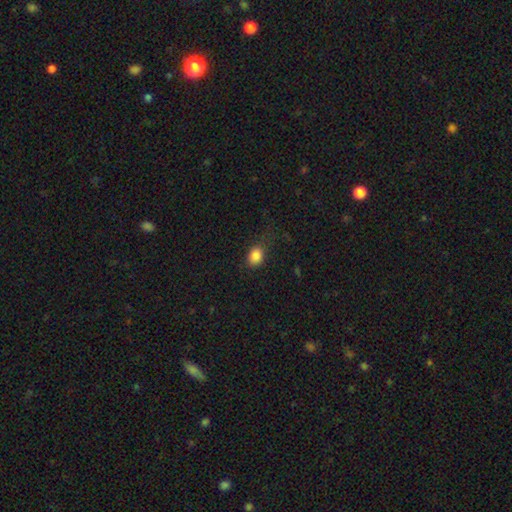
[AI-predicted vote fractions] The model was most divided on "how rounded" (2-way tie): in between: 49%, round: 49%, cigar-shaped: 1%. More confident: smooth or featured — smooth (85%); merging — none (71%).